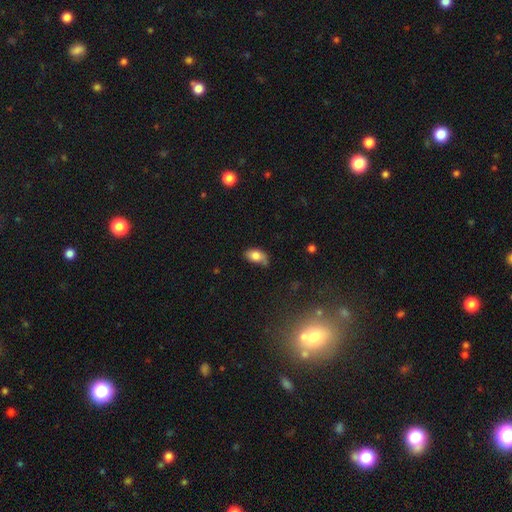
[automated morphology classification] Smooth or featured? Predicted: smooth (p=0.76). How rounded? Predicted: in between (p=0.90). Merging? Predicted: none (p=0.41).